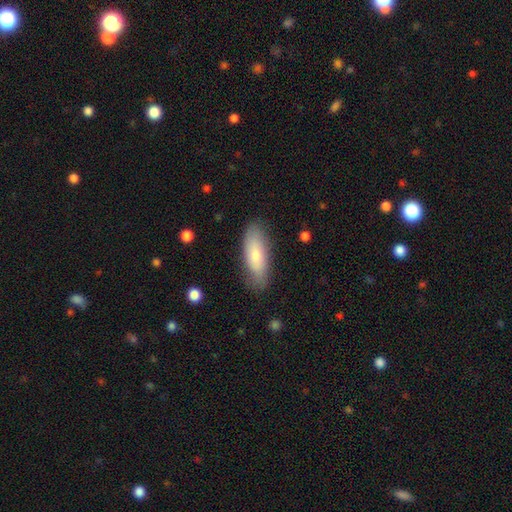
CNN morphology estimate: Overall: smooth (71%). How rounded: in between (66%; cigar-shaped 32%). Merging: none (82%).